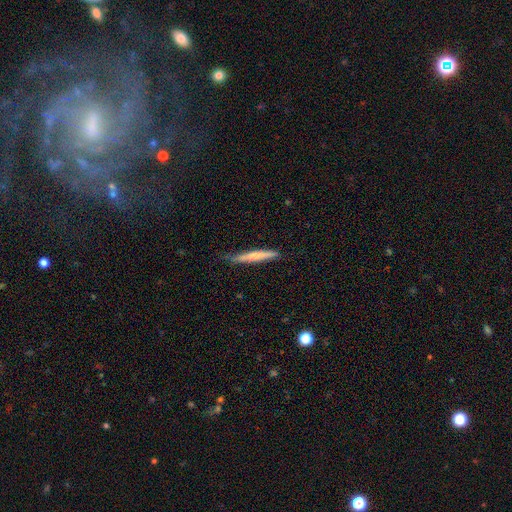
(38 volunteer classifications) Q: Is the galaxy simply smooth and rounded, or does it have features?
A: smooth — 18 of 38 (47%, tied with featured or disk).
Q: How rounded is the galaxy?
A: cigar-shaped — 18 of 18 (100%).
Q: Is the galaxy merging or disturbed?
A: none — 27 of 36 (75%).